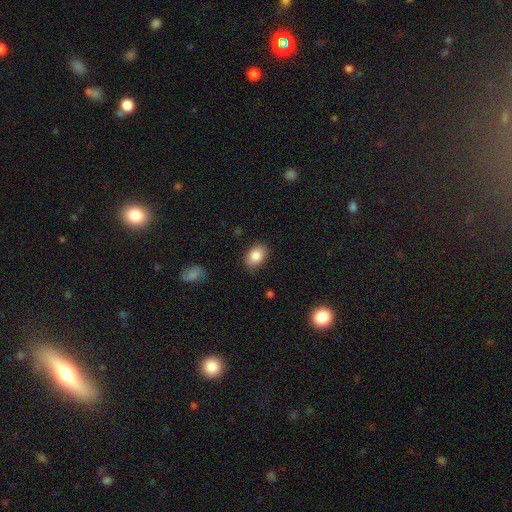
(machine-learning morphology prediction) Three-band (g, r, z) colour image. It shows a smooth galaxy with no disk features (86%) that is in between round and cigar-shaped (82%). Merging: none (83%).